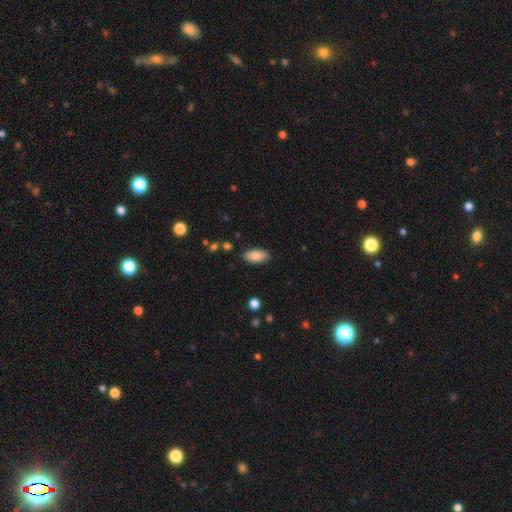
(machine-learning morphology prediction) smooth_or_featured: smooth (p=0.87) [alt: star or artifact p=0.07]
how_rounded: in between (p=0.91) [alt: cigar-shaped p=0.06]
merging: none (p=0.85) [alt: minor disturbance p=0.11]